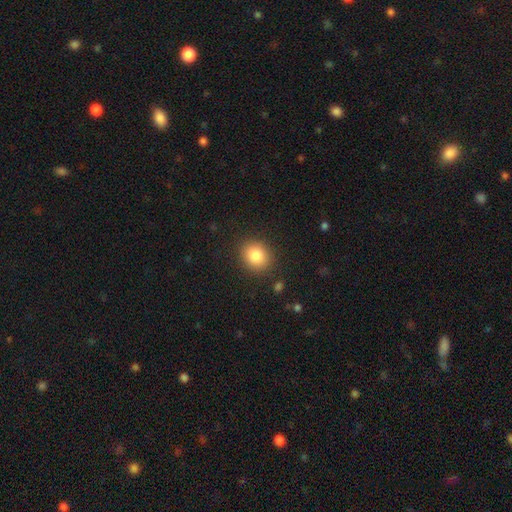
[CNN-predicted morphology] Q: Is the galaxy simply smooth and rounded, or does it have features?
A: smooth — 84%.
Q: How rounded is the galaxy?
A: round — 76%.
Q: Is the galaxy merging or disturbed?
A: none — 88%.